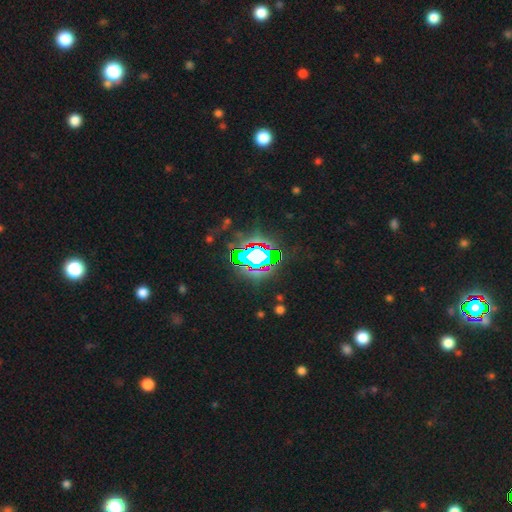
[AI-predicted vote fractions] smooth-or-featured: star or artifact: 80% | smooth: 11% | featured or disk: 9%